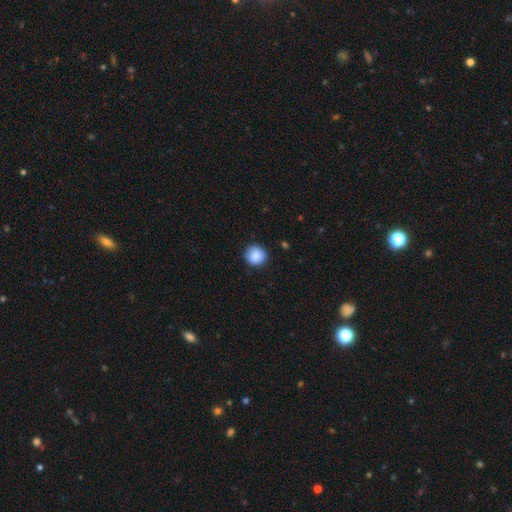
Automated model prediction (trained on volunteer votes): smooth-or-featured: smooth: 88% | star or artifact: 8% | featured or disk: 4%
  how-rounded: round: 92% | in between: 7% | cigar-shaped: 1%
  merging: none: 87% | minor disturbance: 10% | major disturbance: 2% | merger: 1%